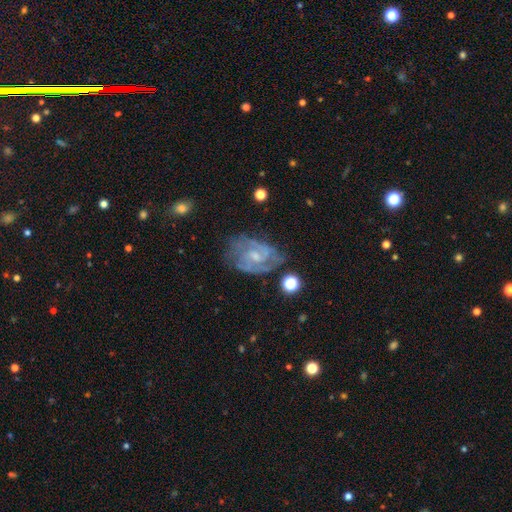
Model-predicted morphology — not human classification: smooth_or_featured: featured or disk (p=0.80) [alt: smooth p=0.12]
disk_edge_on: no (p=0.97) [alt: yes p=0.03]
bar: no (p=0.47) [alt: weak p=0.45]
has_spiral_arms: yes (p=0.89) [alt: no p=0.11]
spiral_winding: tight (p=0.45) [alt: medium p=0.43]
spiral_arm_count: 2 (p=0.52) [alt: can't tell p=0.26]
bulge_size: small (p=0.55) [alt: moderate p=0.31]
merging: none (p=0.62) [alt: minor disturbance p=0.23]